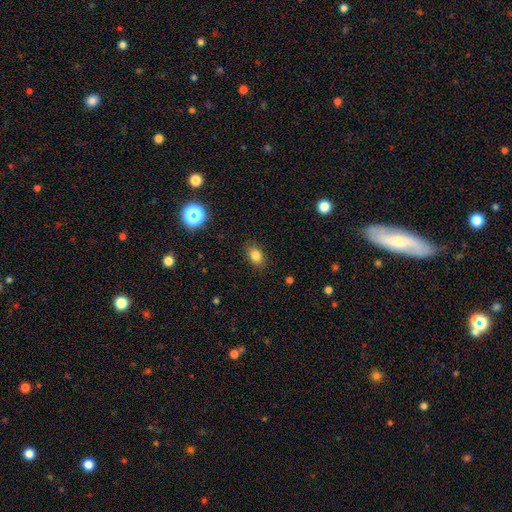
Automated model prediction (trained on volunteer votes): Smooth or featured? Predicted: smooth (p=0.82). How rounded? Predicted: in between (p=0.71). Merging? Predicted: none (p=0.84).